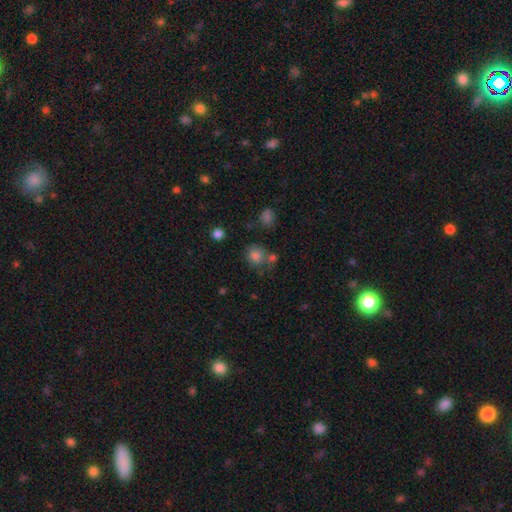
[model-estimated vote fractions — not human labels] Overall: smooth (80%). How rounded: round (83%). Merging: none (64%).